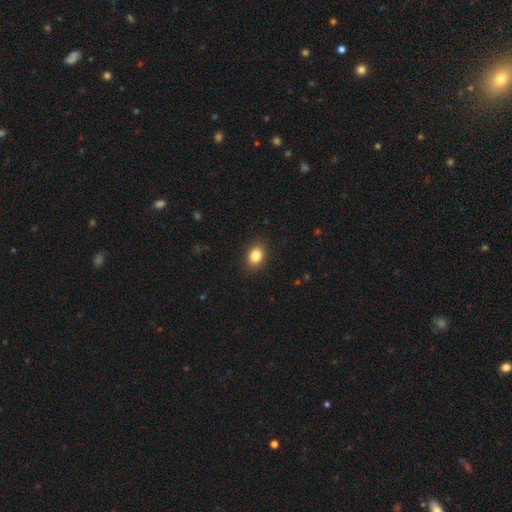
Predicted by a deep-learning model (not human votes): smooth-or-featured: smooth: 84% | star or artifact: 10% | featured or disk: 6%
  how-rounded: in between: 63% | round: 36% | cigar-shaped: 1%
  merging: none: 89% | minor disturbance: 8% | major disturbance: 2% | merger: 1%